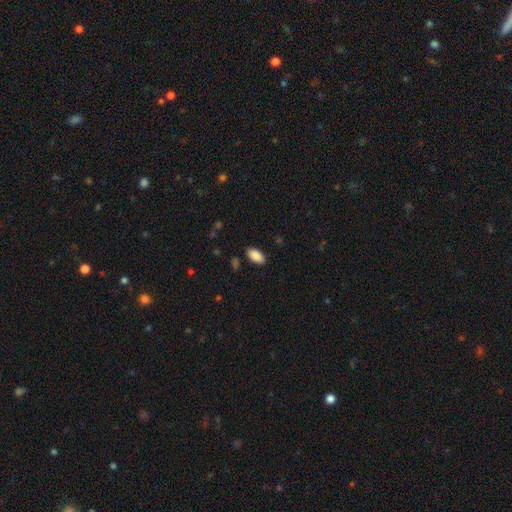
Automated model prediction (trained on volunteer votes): The model was most divided on "merging": none: 88%, minor disturbance: 9%, major disturbance: 2%, merger: 1%. More confident: how rounded — in between (94%); smooth or featured — smooth (89%).